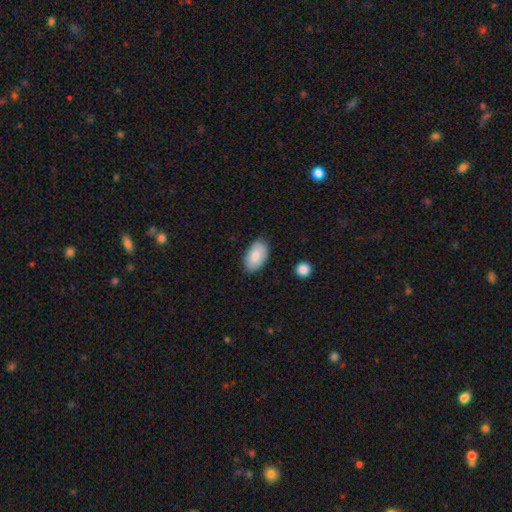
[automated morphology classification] Smooth or featured?
  - smooth: 86% *
  - featured or disk: 8%
  - star or artifact: 6%
How rounded?
  - in between: 95% *
  - round: 3%
  - cigar-shaped: 2%
Merging?
  - none: 84% *
  - minor disturbance: 12%
  - major disturbance: 2%
  - merger: 1%